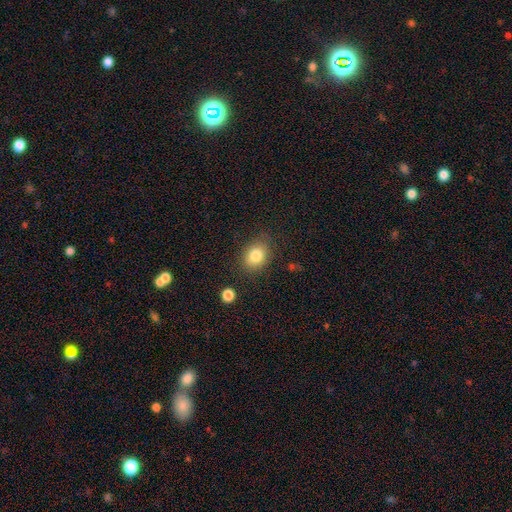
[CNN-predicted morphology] Smooth or featured: smooth — 82% (star or artifact — 9%)
How rounded: in between — 62% (round — 37%)
Merging: none — 78% (minor disturbance — 15%)